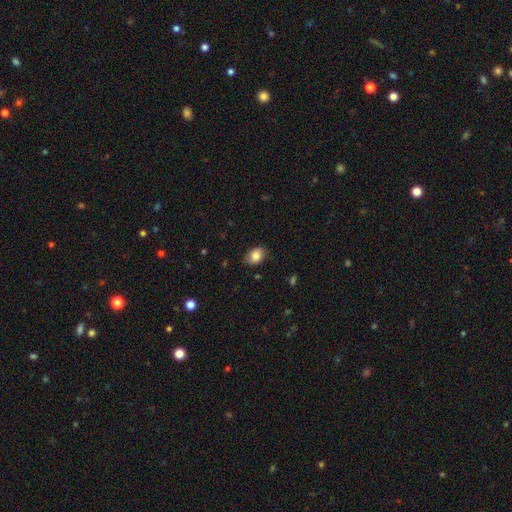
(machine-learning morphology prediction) Smooth or featured?
  - smooth: 84% *
  - featured or disk: 8%
  - star or artifact: 8%
How rounded?
  - in between: 76% *
  - round: 23%
  - cigar-shaped: 1%
Merging?
  - none: 83% *
  - minor disturbance: 13%
  - major disturbance: 3%
  - merger: 1%